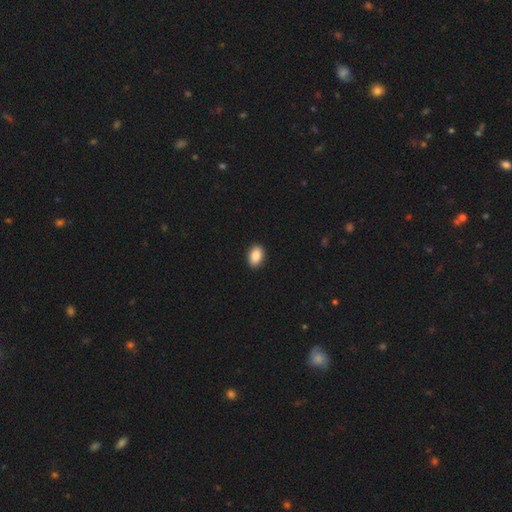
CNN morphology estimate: This appears to be a smooth galaxy with no disk features (89%) that is in between round and cigar-shaped (89%). Merging: none (91%).